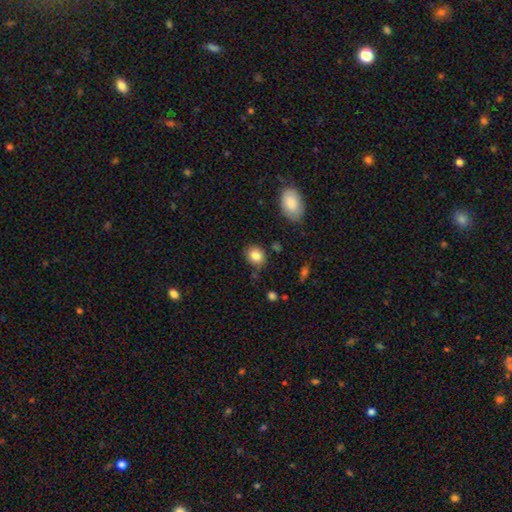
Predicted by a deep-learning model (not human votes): Q: Smooth or featured?
A: smooth (84%); runner-up: star or artifact (10%)
Q: How rounded?
A: round (64%); runner-up: in between (35%)
Q: Merging?
A: none (80%); runner-up: minor disturbance (14%)